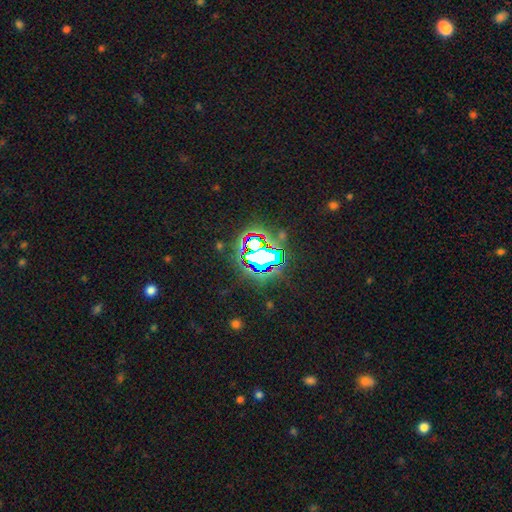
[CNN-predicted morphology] smooth-or-featured: star or artifact: 72% | featured or disk: 14% | smooth: 14%